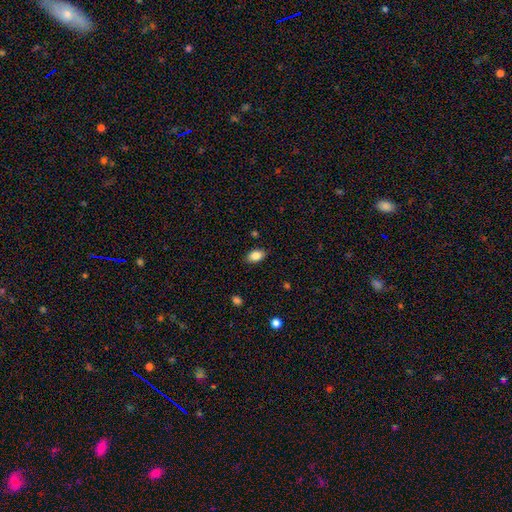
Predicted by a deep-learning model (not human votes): Overall: smooth (85%). How rounded: in between (87%). Merging: none (87%).